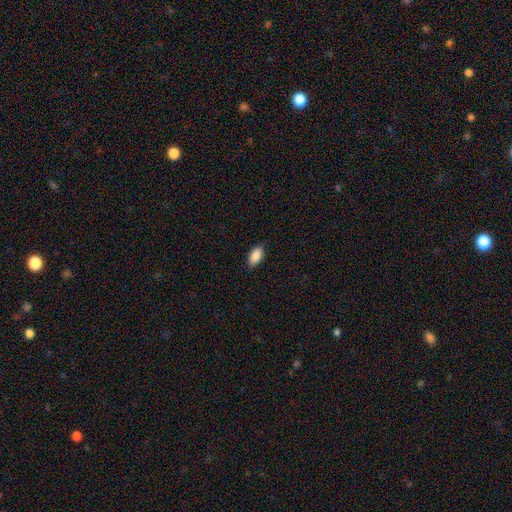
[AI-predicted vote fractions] This is clearly a smooth galaxy (89%). How rounded: clearly in between (93%). Merging: clearly none (87%).